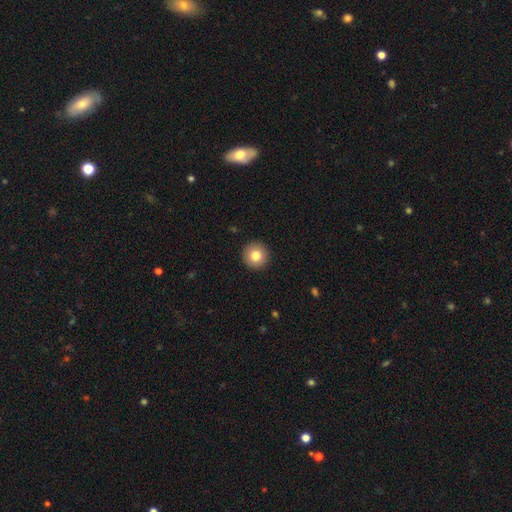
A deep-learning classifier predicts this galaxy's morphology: Smooth or featured? smooth (81%)
How rounded? round (95%)
Merging? none (93%)